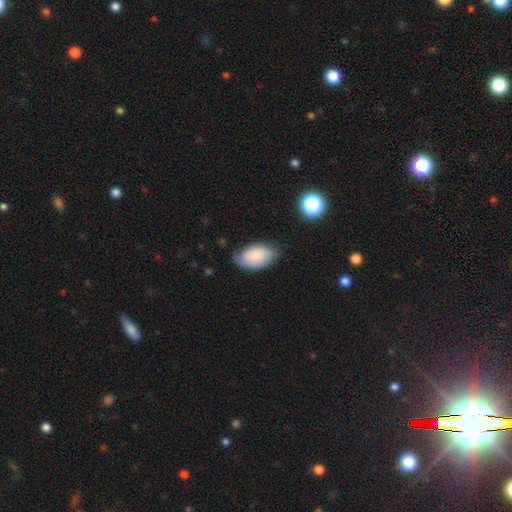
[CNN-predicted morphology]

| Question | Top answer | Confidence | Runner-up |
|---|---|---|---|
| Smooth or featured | smooth | 70% | featured or disk (22%) |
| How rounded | in between | 94% | round (5%) |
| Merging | none | 67% | minor disturbance (26%) |